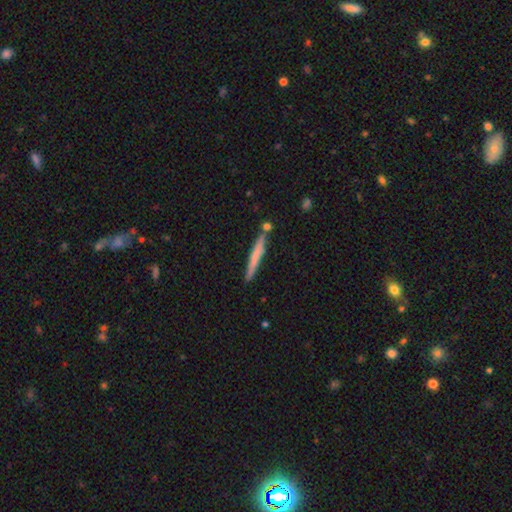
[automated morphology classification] This is possibly a smooth galaxy (59%). How rounded: clearly cigar-shaped (96%). Merging: clearly none (81%).